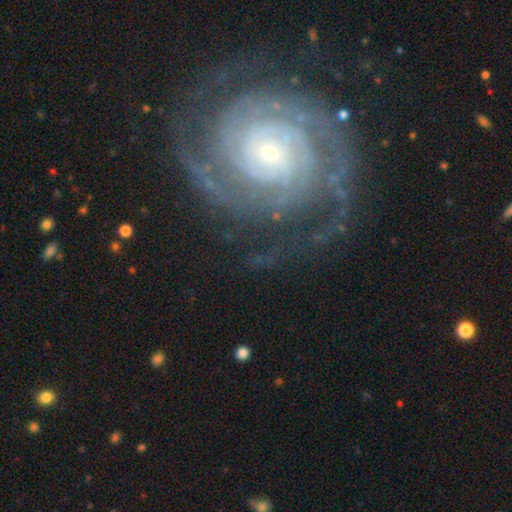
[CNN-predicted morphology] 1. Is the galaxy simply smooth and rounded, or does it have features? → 89% featured or disk, 6% star or artifact, 5% smooth.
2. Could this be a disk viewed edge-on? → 97% no, 3% yes.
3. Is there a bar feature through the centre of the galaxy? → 69% no, 22% weak, 10% strong.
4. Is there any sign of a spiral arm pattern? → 98% yes, 2% no.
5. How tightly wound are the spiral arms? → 79% tight, 18% medium, 3% loose.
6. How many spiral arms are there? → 30% 2, 21% can't tell, 16% 3, 14% 4, 11% more than 4, 8% 1.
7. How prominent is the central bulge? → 81% small, 14% moderate, 2% large, 2% none, 1% dominant.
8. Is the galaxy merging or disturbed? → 74% none, 14% minor disturbance, 10% major disturbance, 2% merger.